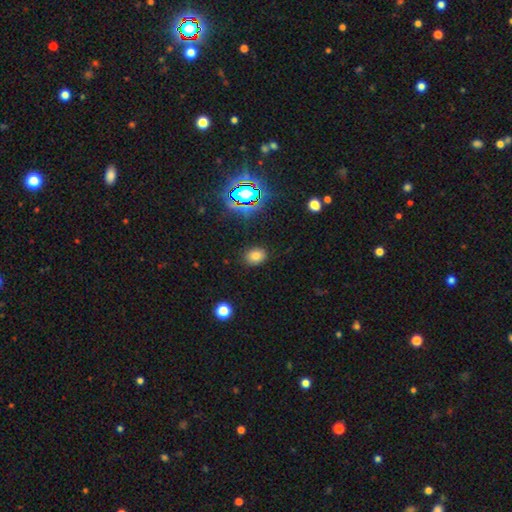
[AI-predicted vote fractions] Smooth or featured? smooth (75%)
How rounded? in between (63%)
Merging? none (87%)